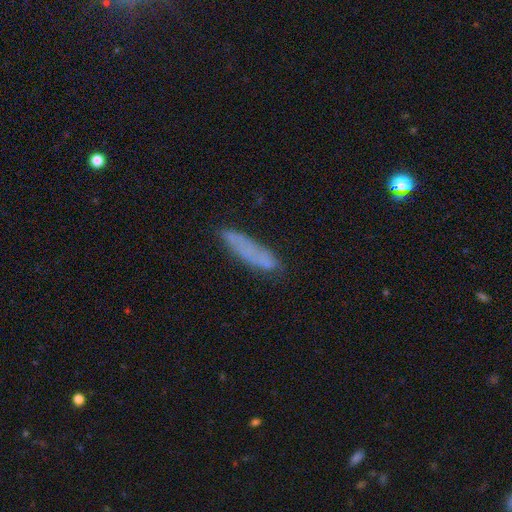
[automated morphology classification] smooth-or-featured: smooth: 64% | featured or disk: 25% | star or artifact: 11%
  how-rounded: cigar-shaped: 80% | in between: 18% | round: 2%
  merging: none: 75% | minor disturbance: 17% | major disturbance: 5% | merger: 3%